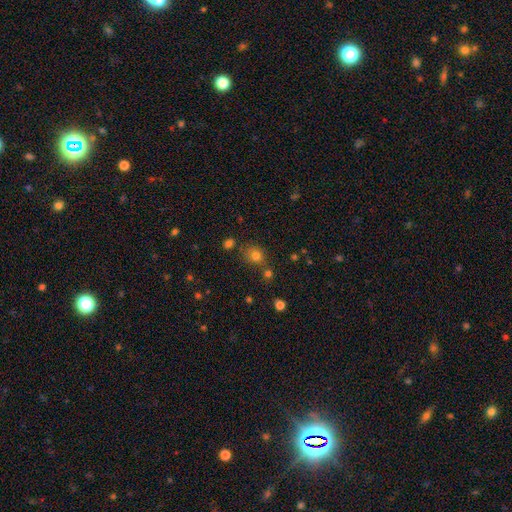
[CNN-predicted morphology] A smooth galaxy with no disk features (75%) that is round (74%). Merging: none (68%).